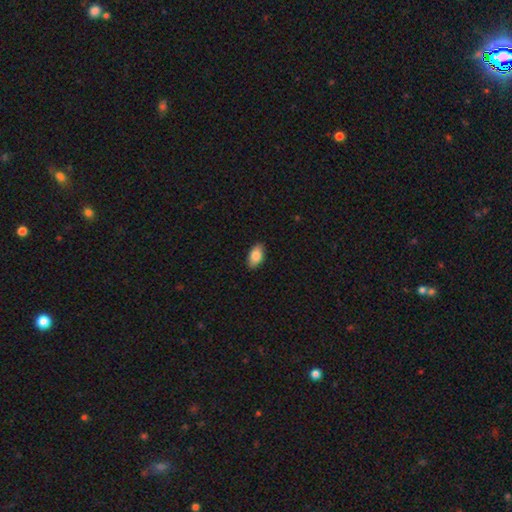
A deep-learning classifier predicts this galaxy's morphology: smooth-or-featured: smooth: 85% | featured or disk: 9% | star or artifact: 7%
  how-rounded: in between: 93% | round: 4% | cigar-shaped: 3%
  merging: none: 89% | minor disturbance: 9% | major disturbance: 2% | merger: 1%